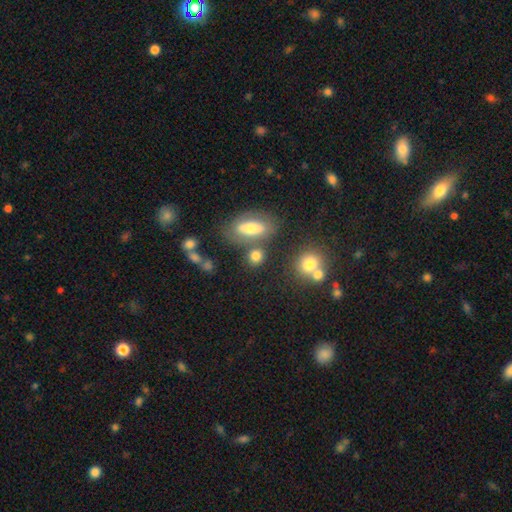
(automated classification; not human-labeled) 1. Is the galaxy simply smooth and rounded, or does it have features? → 78% smooth, 12% star or artifact, 10% featured or disk.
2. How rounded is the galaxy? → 60% round, 37% in between, 3% cigar-shaped.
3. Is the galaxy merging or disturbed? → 64% none, 19% merger, 12% minor disturbance, 5% major disturbance.